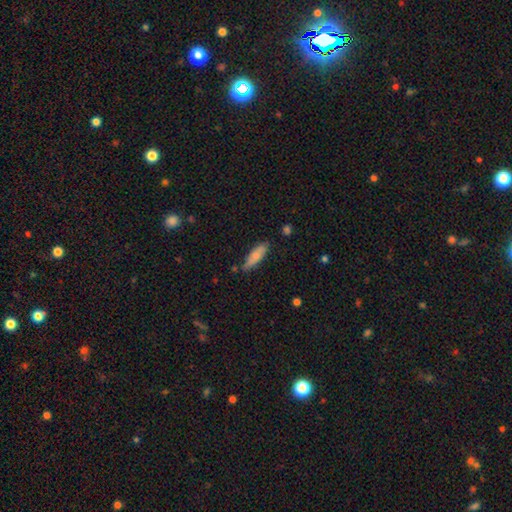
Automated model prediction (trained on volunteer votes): Smooth or featured? Predicted: smooth (p=0.76). How rounded? Predicted: cigar-shaped (p=0.49, tied with in between). Merging? Predicted: none (p=0.70).